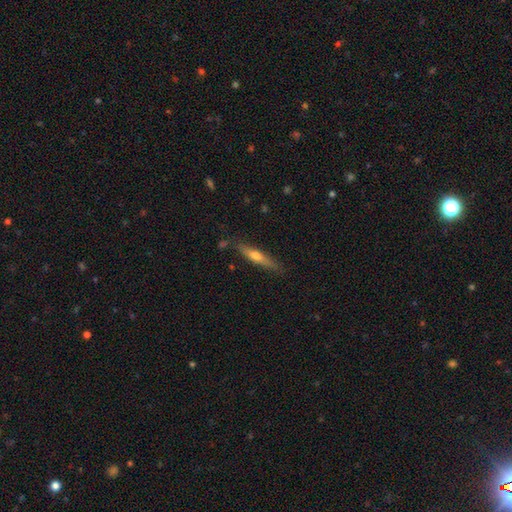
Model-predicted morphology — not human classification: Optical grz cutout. It shows a featured or disk galaxy (55%) viewed edge-on (95%) with a rounded central bulge (86%). Merging: none (84%).